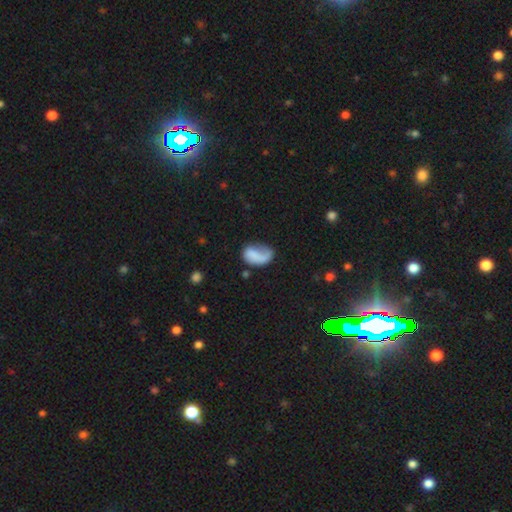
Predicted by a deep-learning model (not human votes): Smooth or featured? Predicted: smooth (p=0.62). How rounded? Predicted: in between (p=0.86). Merging? Predicted: major disturbance (p=0.36).